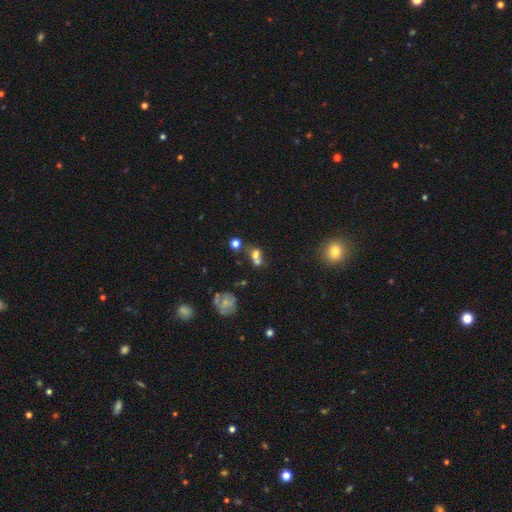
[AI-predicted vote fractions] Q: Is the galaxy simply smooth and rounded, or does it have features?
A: smooth — 64%.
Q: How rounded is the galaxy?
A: round — 57%.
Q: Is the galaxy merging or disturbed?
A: merger — 56%.